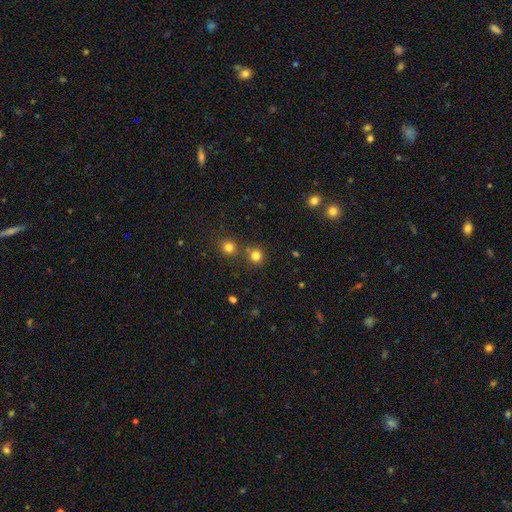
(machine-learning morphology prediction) Smooth or featured?
  - smooth: 78% *
  - star or artifact: 17%
  - featured or disk: 5%
How rounded?
  - round: 91% *
  - in between: 8%
  - cigar-shaped: 1%
Merging?
  - none: 73% *
  - merger: 17%
  - minor disturbance: 7%
  - major disturbance: 3%